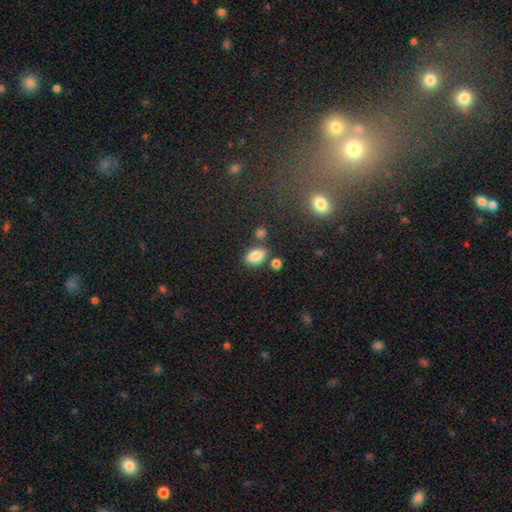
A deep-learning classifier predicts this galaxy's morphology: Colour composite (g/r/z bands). It shows a smooth galaxy with no disk features (84%) that is in between round and cigar-shaped (89%). Merging: none (71%).